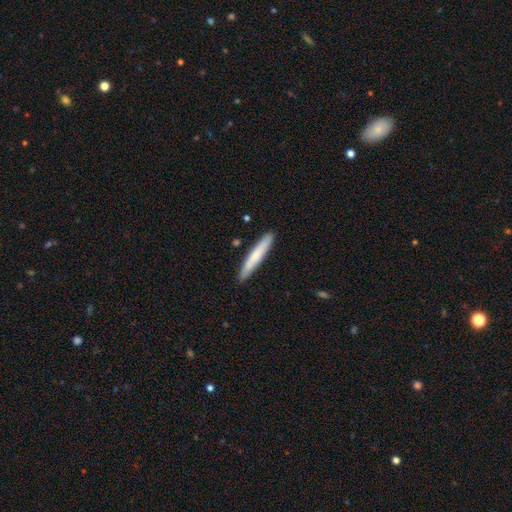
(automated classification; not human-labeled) Morphology: type=smooth (70%); roundness=cigar-shaped (95%); merging=none (90%).